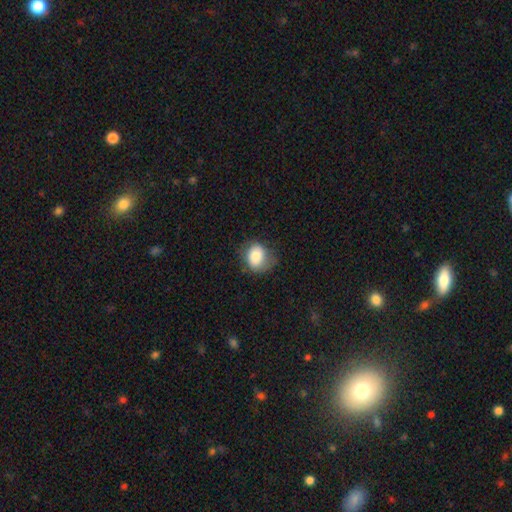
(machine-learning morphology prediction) Smooth or featured: smooth — 79% (featured or disk — 12%)
How rounded: round — 56% (in between — 43%)
Merging: none — 60% (minor disturbance — 27%)